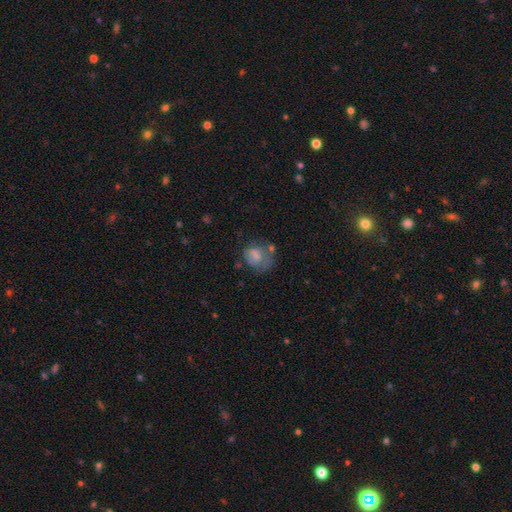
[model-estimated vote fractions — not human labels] A smooth galaxy with no disk features (59%) that is round (56%).

Vote fractions:
- Smooth or featured? smooth: 59% / featured or disk: 32% / star or artifact: 10%
- How rounded? round: 56% / in between: 43% / cigar-shaped: 1%
- Merging? none: 38% / minor disturbance: 27% / major disturbance: 26% / merger: 9%